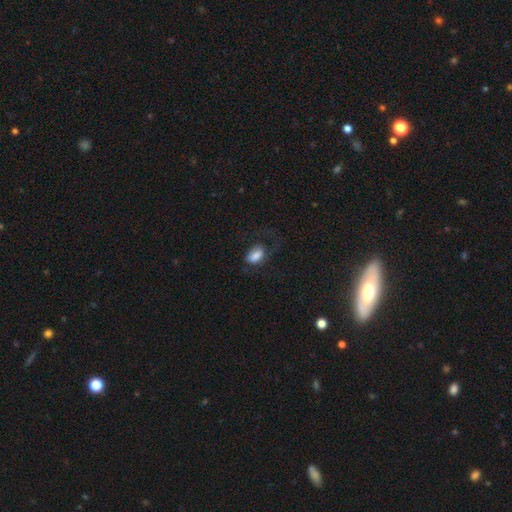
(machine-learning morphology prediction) smooth 77%, featured or disk 14%, star or artifact 9%. Down the decision tree: how rounded — in between (90%); merging — none (44%).